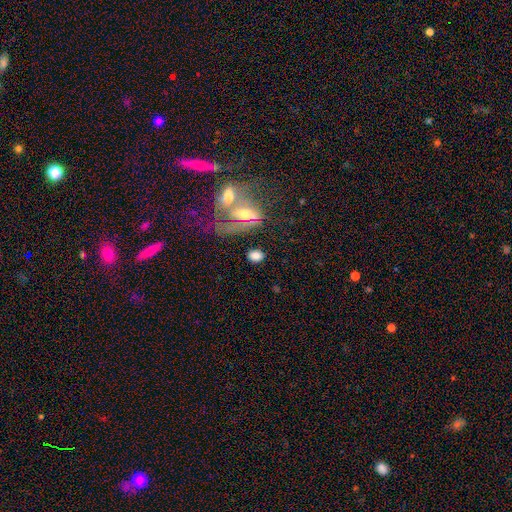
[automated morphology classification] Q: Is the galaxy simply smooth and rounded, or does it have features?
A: smooth — 77%.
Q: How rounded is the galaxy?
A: in between — 70%.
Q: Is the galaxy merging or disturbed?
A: none — 72%.